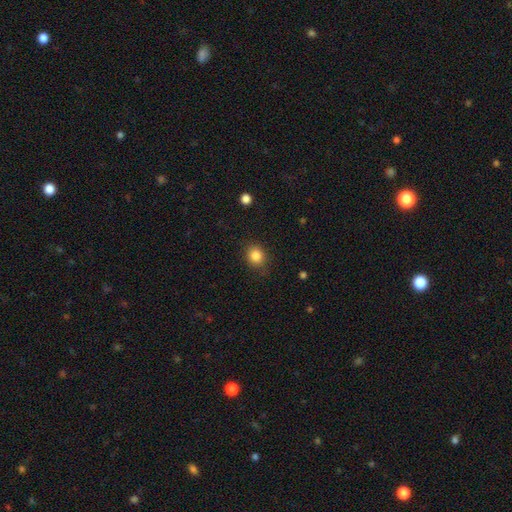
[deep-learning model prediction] A smooth galaxy with no disk features (85%) that is round (73%).

Vote fractions:
- Smooth or featured? smooth: 85% / star or artifact: 10% / featured or disk: 5%
- How rounded? round: 73% / in between: 27% / cigar-shaped: 1%
- Merging? none: 84% / minor disturbance: 12% / major disturbance: 3% / merger: 1%